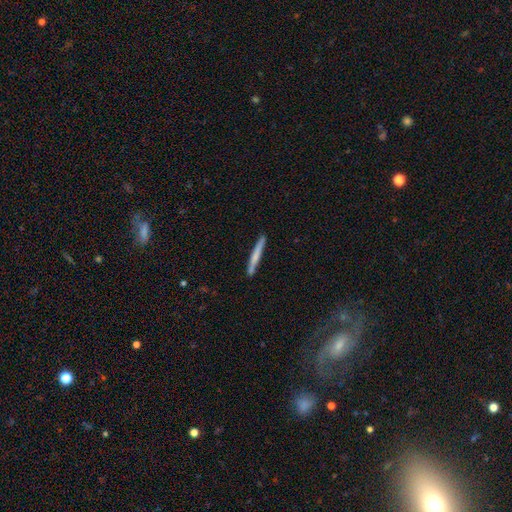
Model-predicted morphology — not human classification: smooth_or_featured: smooth (p=0.61) [alt: featured or disk p=0.34]
how_rounded: cigar-shaped (p=0.96) [alt: in between p=0.02]
merging: none (p=0.88) [alt: minor disturbance p=0.09]